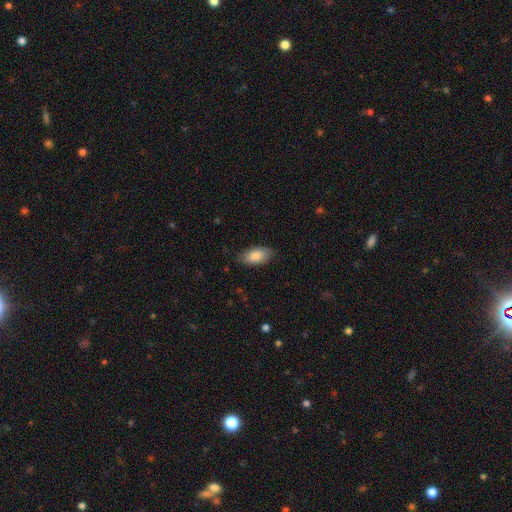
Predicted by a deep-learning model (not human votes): Q: Smooth or featured?
A: smooth (84%); runner-up: featured or disk (10%)
Q: How rounded?
A: in between (92%); runner-up: cigar-shaped (5%)
Q: Merging?
A: none (82%); runner-up: minor disturbance (15%)